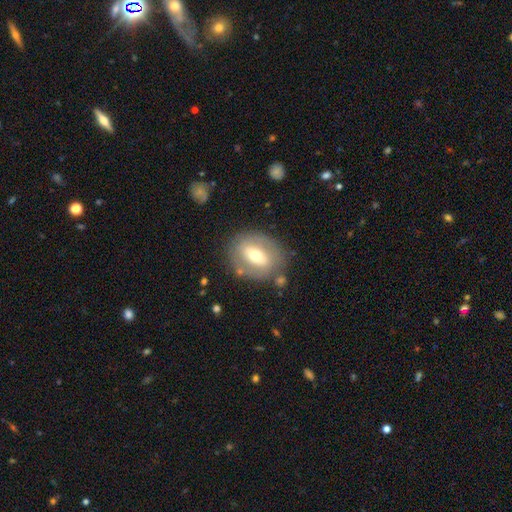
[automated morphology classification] The model was most divided on "smooth or featured": featured or disk: 49%, smooth: 43%, star or artifact: 8%. More confident: merging — none (77%).